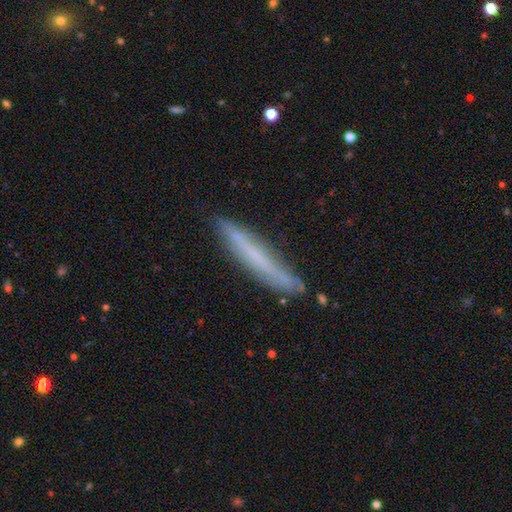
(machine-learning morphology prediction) Smooth or featured? smooth (49%)
Merging? none (77%)